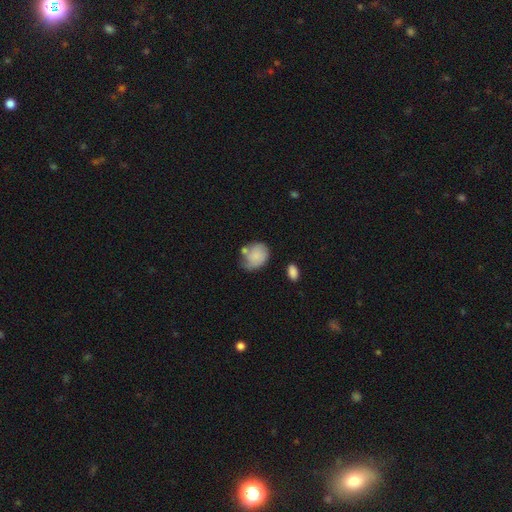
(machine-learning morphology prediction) A smooth galaxy with no disk features (76%) that is in between round and cigar-shaped (54%). Merging: none (43%).